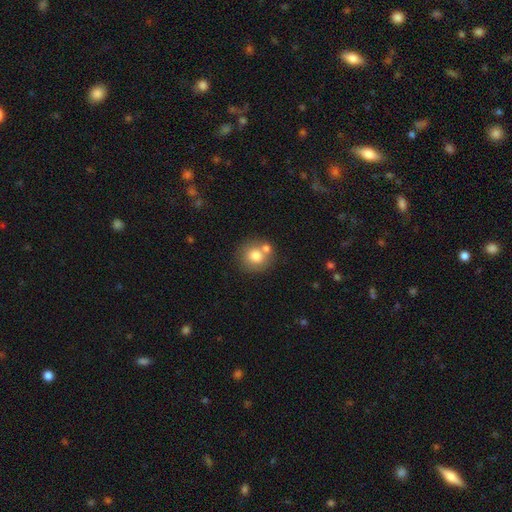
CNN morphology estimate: type=smooth (76%); roundness=round (88%); merging=none (61%).